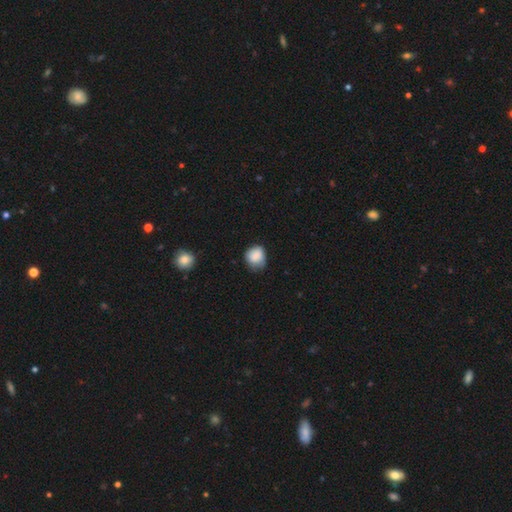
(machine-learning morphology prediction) Overall: smooth (85%). How rounded: round (75%). Merging: none (58%; minor disturbance 34%).